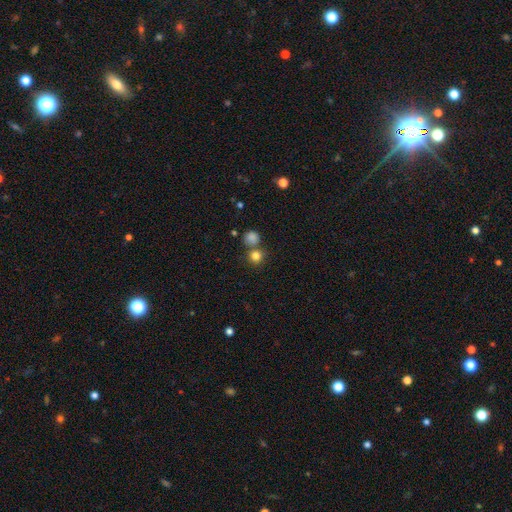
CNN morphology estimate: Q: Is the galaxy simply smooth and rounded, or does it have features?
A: smooth — 81%.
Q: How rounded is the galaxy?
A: round — 91%.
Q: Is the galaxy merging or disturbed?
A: none — 66%.